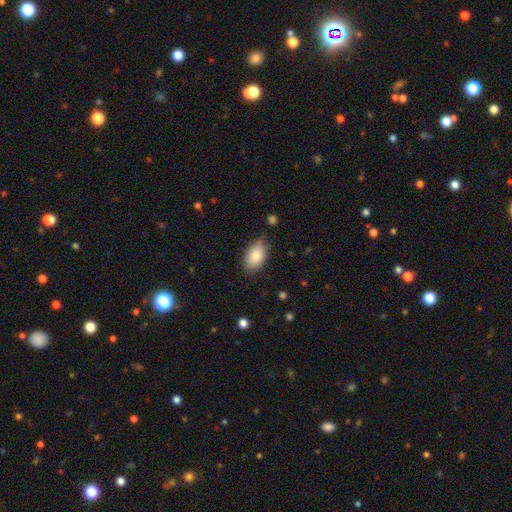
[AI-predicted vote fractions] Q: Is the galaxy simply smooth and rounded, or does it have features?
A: smooth — 85%.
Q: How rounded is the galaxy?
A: in between — 93%.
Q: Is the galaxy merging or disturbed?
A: none — 78%.